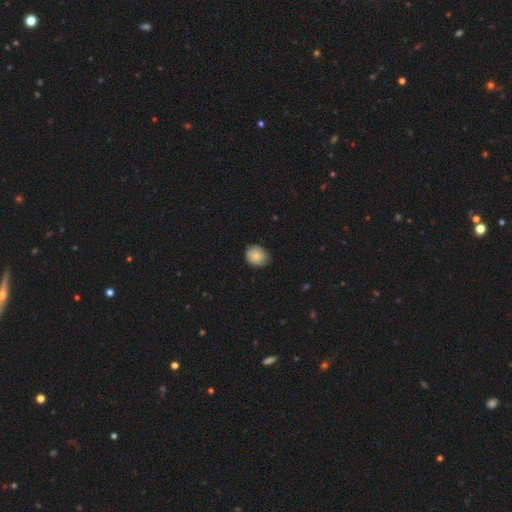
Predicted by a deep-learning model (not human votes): This is clearly a smooth galaxy (82%). How rounded: likely round (61%). Merging: likely none (69%).